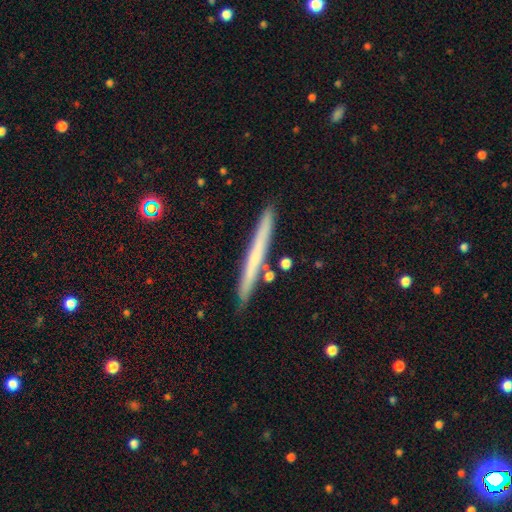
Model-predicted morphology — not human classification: Smooth or featured?
  - smooth: 46% * (tied)
  - featured or disk: 46% * (tied)
  - star or artifact: 8%
Merging?
  - none: 88% *
  - minor disturbance: 8%
  - merger: 3%
  - major disturbance: 1%